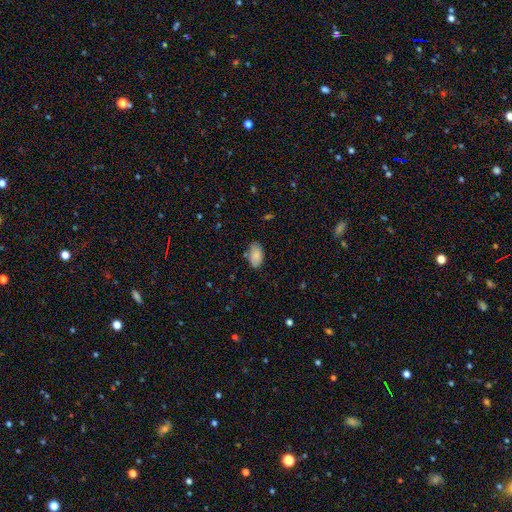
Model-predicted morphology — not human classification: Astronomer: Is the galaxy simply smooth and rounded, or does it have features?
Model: smooth — 87%.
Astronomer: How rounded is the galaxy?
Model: in between — 93%.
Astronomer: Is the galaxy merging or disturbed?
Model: none — 75%.